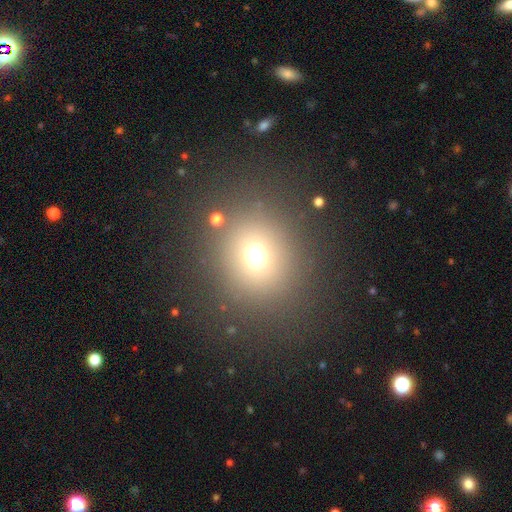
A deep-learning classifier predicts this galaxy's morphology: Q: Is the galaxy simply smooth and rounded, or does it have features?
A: smooth — 67%.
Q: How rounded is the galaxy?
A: round — 84%.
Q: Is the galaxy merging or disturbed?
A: none — 83%.